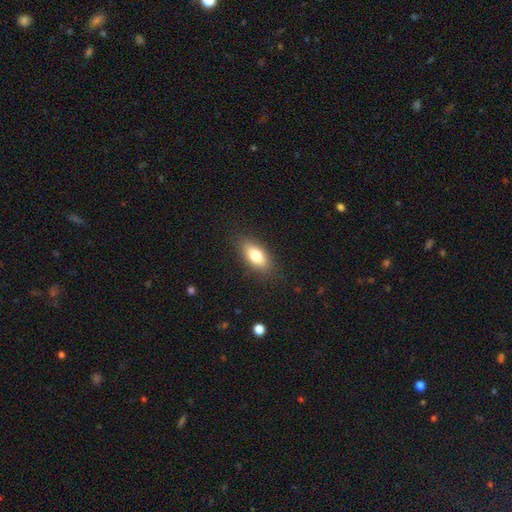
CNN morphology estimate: This appears to be a smooth galaxy with no disk features (77%) that is in between round and cigar-shaped (84%). Merging: none (86%).